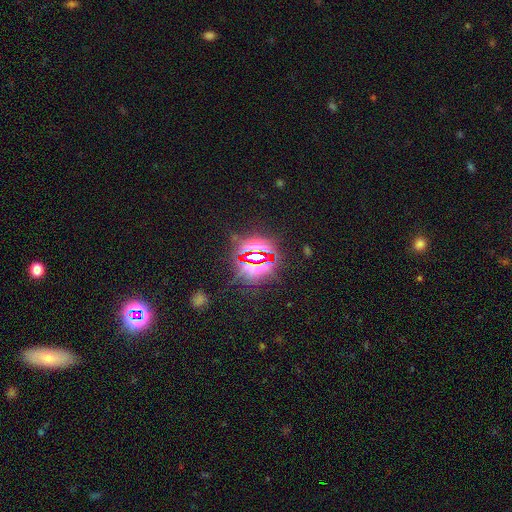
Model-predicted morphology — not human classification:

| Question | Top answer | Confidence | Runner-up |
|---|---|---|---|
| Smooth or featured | star or artifact | 82% | smooth (11%) |